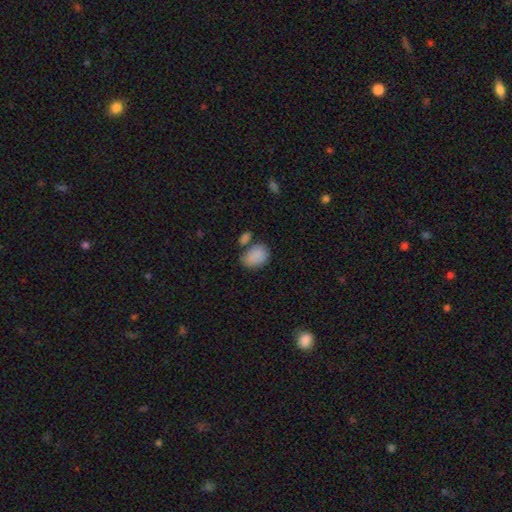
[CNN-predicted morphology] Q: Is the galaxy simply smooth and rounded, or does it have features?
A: smooth — 87%.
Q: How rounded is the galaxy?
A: in between — 80%.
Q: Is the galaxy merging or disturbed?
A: none — 58%.